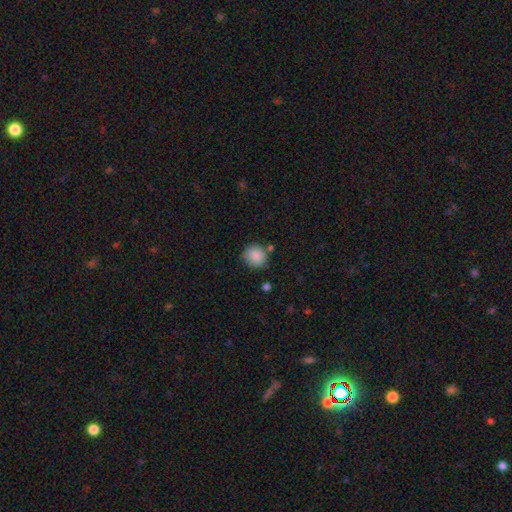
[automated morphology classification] smooth 88%, star or artifact 8%, featured or disk 4%. Down the decision tree: how rounded — round (89%); merging — none (77%).